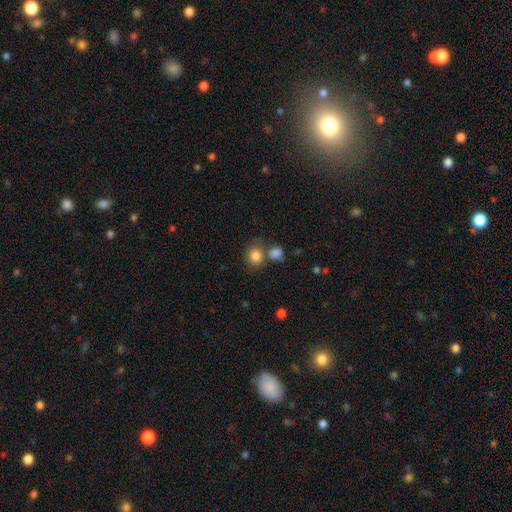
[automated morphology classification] This appears to be a smooth galaxy with no disk features (84%) that is round (79%). Merging: none (59%).